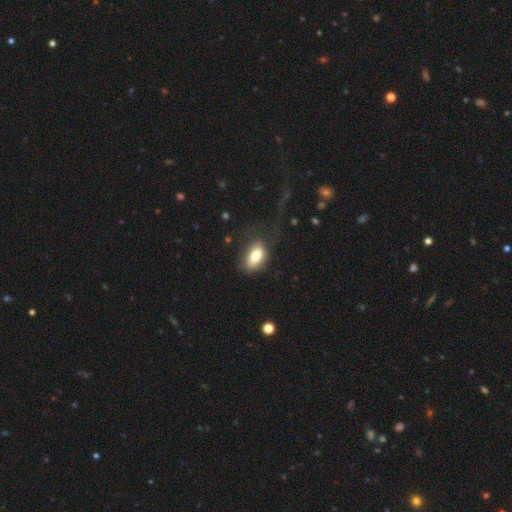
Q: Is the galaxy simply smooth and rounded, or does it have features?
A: smooth — 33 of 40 (82%).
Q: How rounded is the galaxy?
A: in between — 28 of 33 (85%).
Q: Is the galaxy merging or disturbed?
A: none — 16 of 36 (44%).